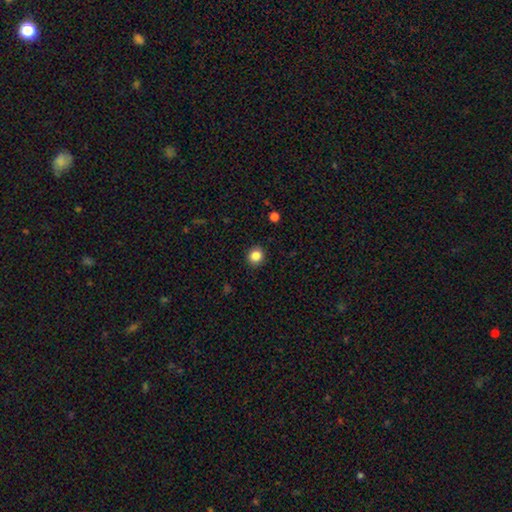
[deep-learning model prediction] Morphology: type=smooth (85%); roundness=round (88%); merging=none (91%).